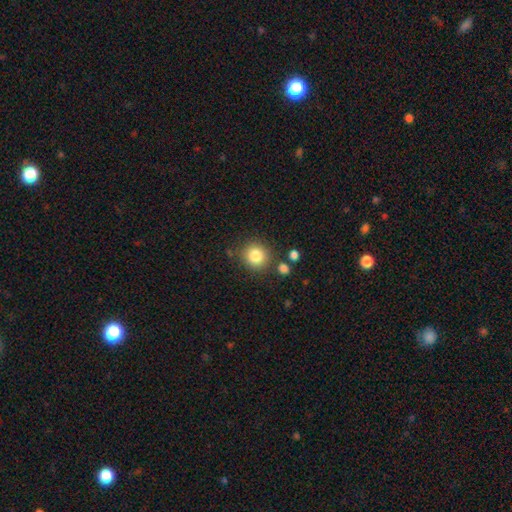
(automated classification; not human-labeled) Smooth or featured?
  - smooth: 83% *
  - star or artifact: 10%
  - featured or disk: 6%
How rounded?
  - round: 90% *
  - in between: 9%
  - cigar-shaped: 1%
Merging?
  - none: 82% *
  - minor disturbance: 9%
  - merger: 6%
  - major disturbance: 3%